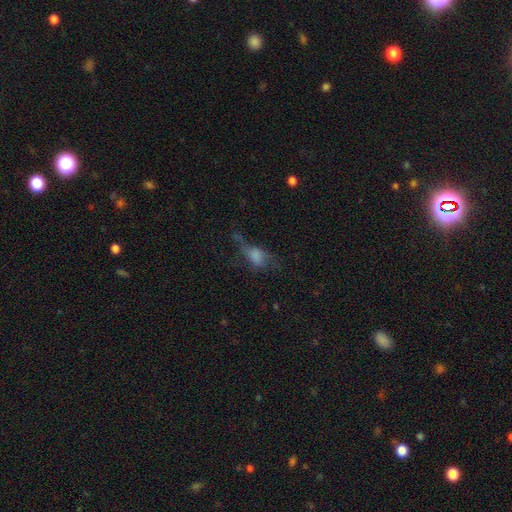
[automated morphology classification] Smooth or featured? Predicted: smooth (p=0.59). How rounded? Predicted: in between (p=0.79). Merging? Predicted: major disturbance (p=0.47).